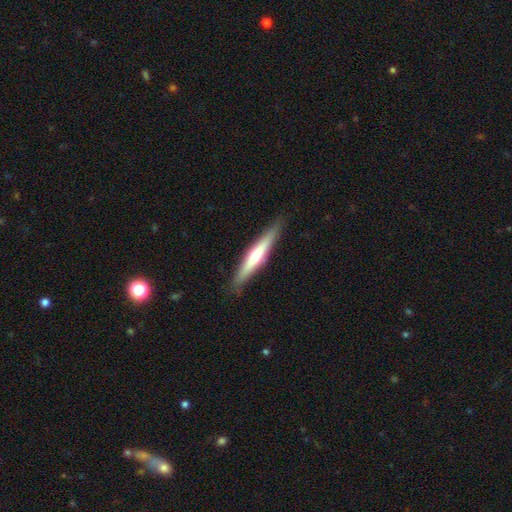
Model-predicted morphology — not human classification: This is possibly a featured or disk galaxy (49%). Merging: clearly none (88%).